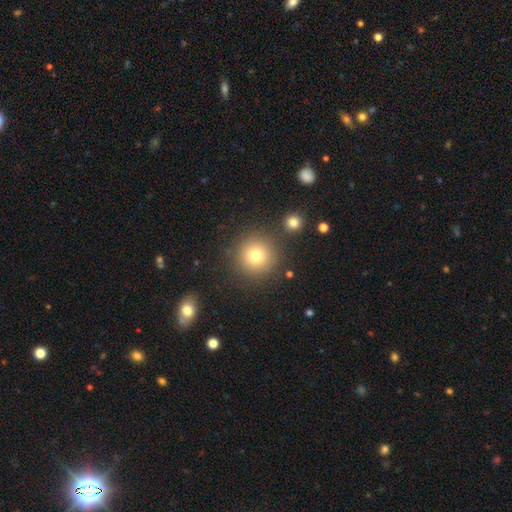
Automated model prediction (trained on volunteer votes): The model was most divided on "smooth or featured": smooth: 77%, star or artifact: 14%, featured or disk: 9%. More confident: how rounded — round (95%); merging — none (86%).